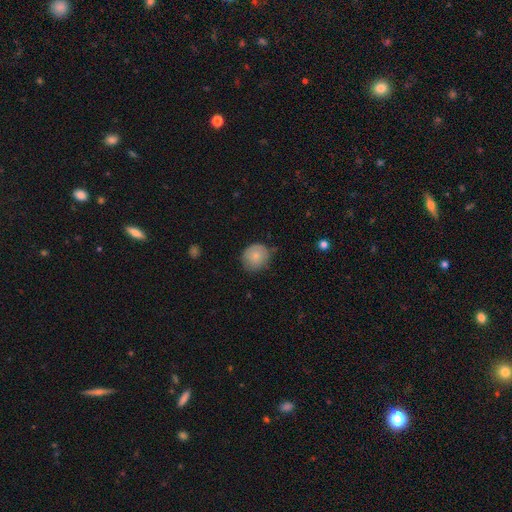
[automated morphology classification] Smooth or featured: smooth — 81% (featured or disk — 12%)
How rounded: round — 83% (in between — 16%)
Merging: none — 70% (minor disturbance — 25%)